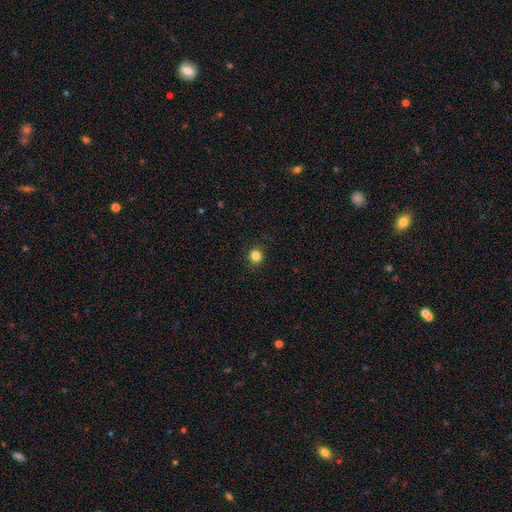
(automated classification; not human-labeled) Smooth or featured?
  - smooth: 84% *
  - star or artifact: 12%
  - featured or disk: 4%
How rounded?
  - round: 89% *
  - in between: 10%
  - cigar-shaped: 1%
Merging?
  - none: 91% *
  - minor disturbance: 6%
  - major disturbance: 2%
  - merger: 1%